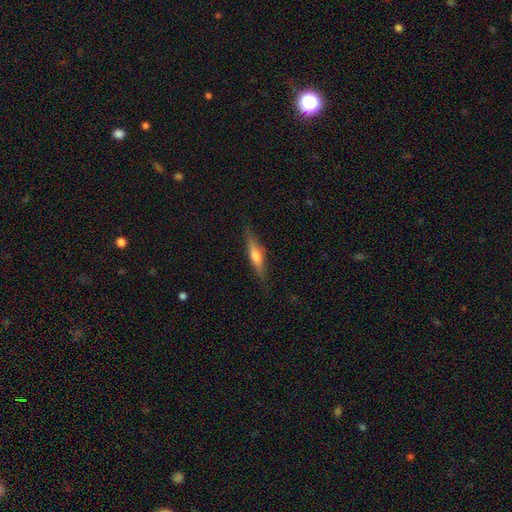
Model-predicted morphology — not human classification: Q: Smooth or featured?
A: featured or disk (55%); runner-up: smooth (39%)
Q: Edge-on disk?
A: yes (95%); runner-up: no (5%)
Q: Edge-on bulge?
A: rounded (85%); runner-up: boxy (8%)
Q: Merging?
A: none (85%); runner-up: minor disturbance (11%)